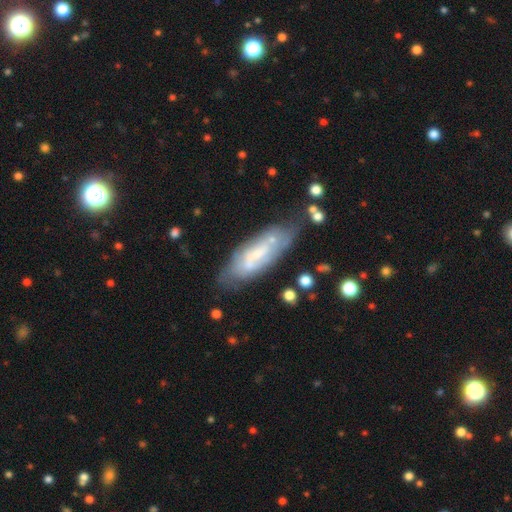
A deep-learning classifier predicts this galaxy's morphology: Smooth or featured?
  - featured or disk: 55% *
  - smooth: 37%
  - star or artifact: 8%
Edge-on disk?
  - no: 81% *
  - yes: 19%
Merging?
  - none: 57% *
  - minor disturbance: 24%
  - major disturbance: 11%
  - merger: 8%